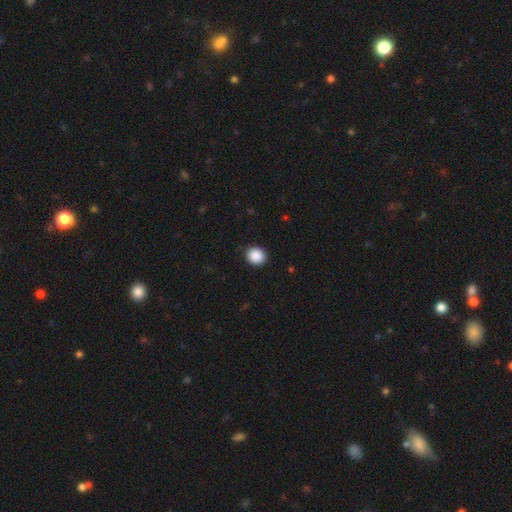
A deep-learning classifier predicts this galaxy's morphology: Smooth or featured?
  - smooth: 89% *
  - star or artifact: 9%
  - featured or disk: 3%
How rounded?
  - round: 83% *
  - in between: 16%
  - cigar-shaped: 1%
Merging?
  - none: 91% *
  - minor disturbance: 6%
  - major disturbance: 2%
  - merger: 1%